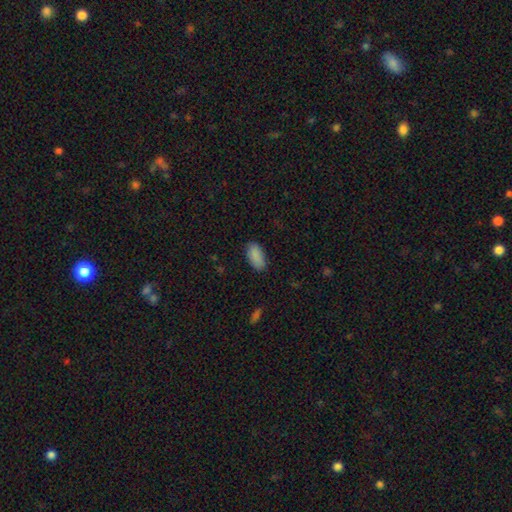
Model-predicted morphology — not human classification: Smooth or featured?
  - smooth: 89% *
  - star or artifact: 7%
  - featured or disk: 4%
How rounded?
  - in between: 93% *
  - cigar-shaped: 5%
  - round: 2%
Merging?
  - none: 83% *
  - minor disturbance: 13%
  - major disturbance: 3%
  - merger: 1%